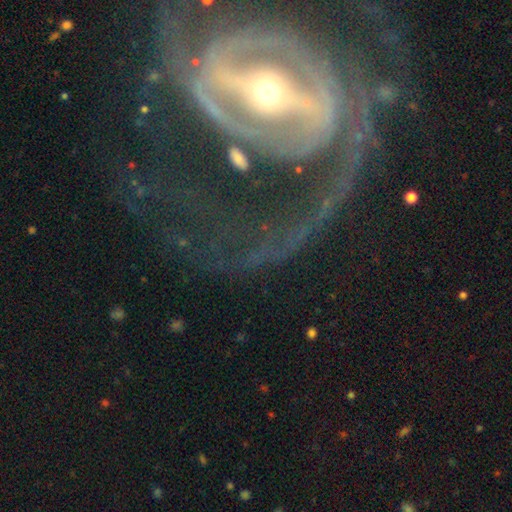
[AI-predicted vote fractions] Smooth or featured: featured or disk — 81% (star or artifact — 11%)
Edge-on disk: no — 92% (yes — 8%)
Bar: strong — 49% (weak — 26%)
Spiral arms: yes — 83% (no — 17%)
Spiral winding: medium — 39% (tight — 32%)
Spiral arm count: 2 — 60% (can't tell — 15%)
Bulge size: moderate — 47% (small — 42%)
Merging: none — 50% (major disturbance — 30%)